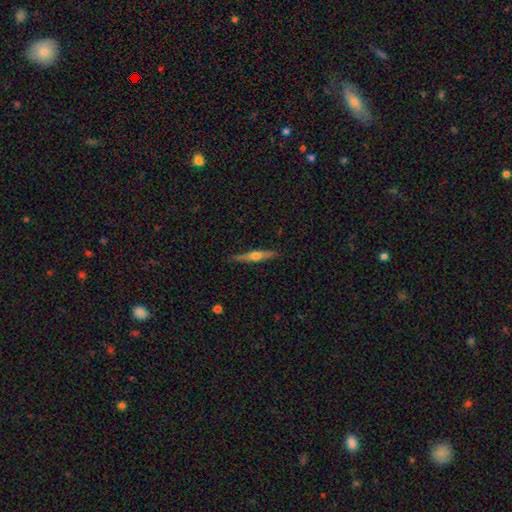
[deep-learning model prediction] This is likely a featured or disk galaxy (60%). It is clearly viewed edge-on (96%). Edge-on bulge: clearly rounded (91%). Merging: clearly none (85%).